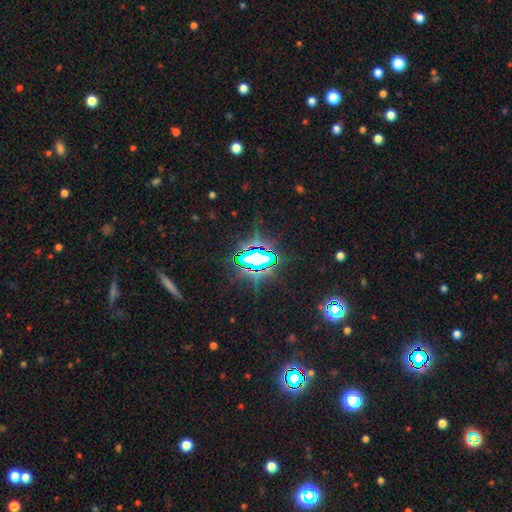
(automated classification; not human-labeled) Morphology: type=star or artifact (77%).